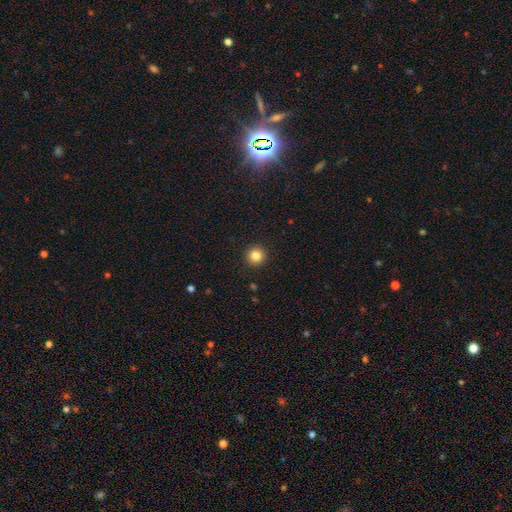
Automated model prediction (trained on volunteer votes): Smooth or featured: smooth — 83% (star or artifact — 12%)
How rounded: round — 95% (in between — 4%)
Merging: none — 93% (minor disturbance — 4%)